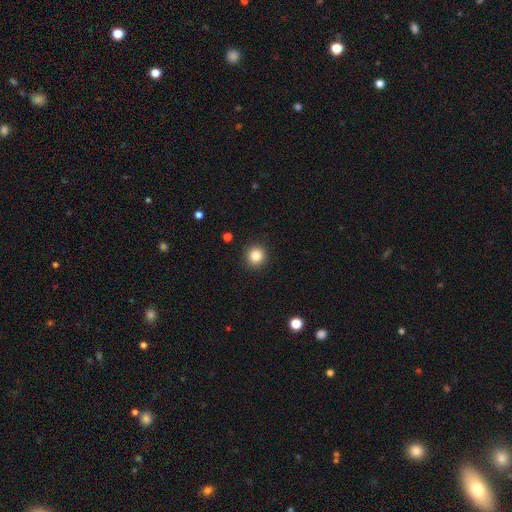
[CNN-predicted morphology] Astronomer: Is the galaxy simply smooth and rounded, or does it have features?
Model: smooth — 84%.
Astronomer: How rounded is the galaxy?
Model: round — 93%.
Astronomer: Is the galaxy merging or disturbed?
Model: none — 92%.